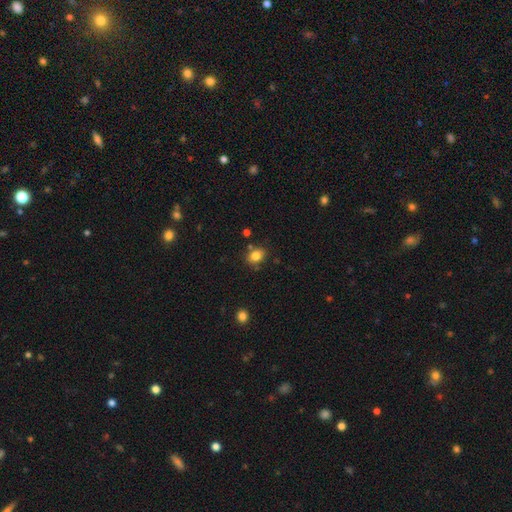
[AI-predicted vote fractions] Morphology: type=smooth (82%); roundness=in between (53%); merging=none (76%).